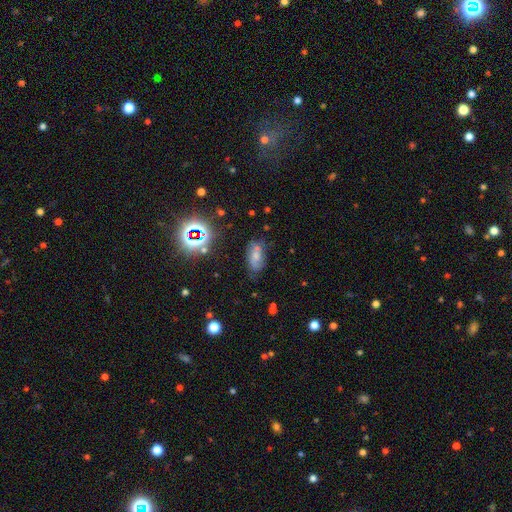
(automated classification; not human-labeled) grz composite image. It shows a smooth galaxy with no disk features (50%). Merging: none (56%).